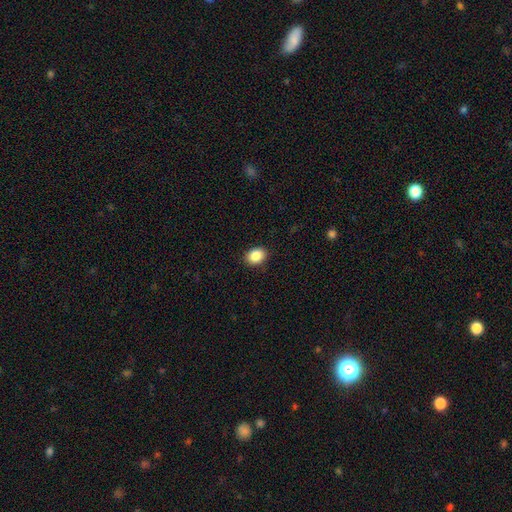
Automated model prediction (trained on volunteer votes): Overall: smooth (88%). How rounded: in between (62%; round 37%). Merging: none (89%).